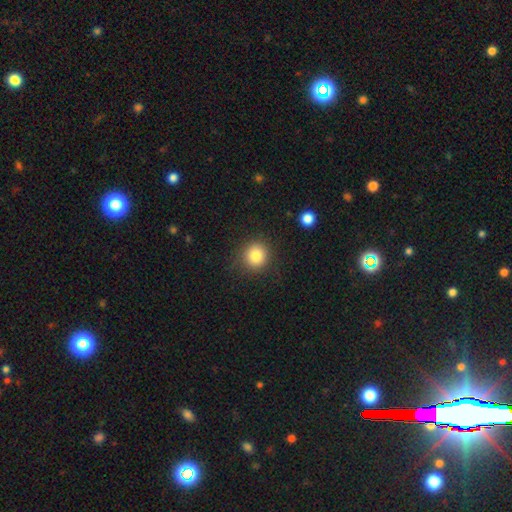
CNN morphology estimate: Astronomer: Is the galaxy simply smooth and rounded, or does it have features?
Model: smooth — 83%.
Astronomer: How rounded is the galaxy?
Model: round — 89%.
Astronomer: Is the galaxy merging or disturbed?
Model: none — 87%.